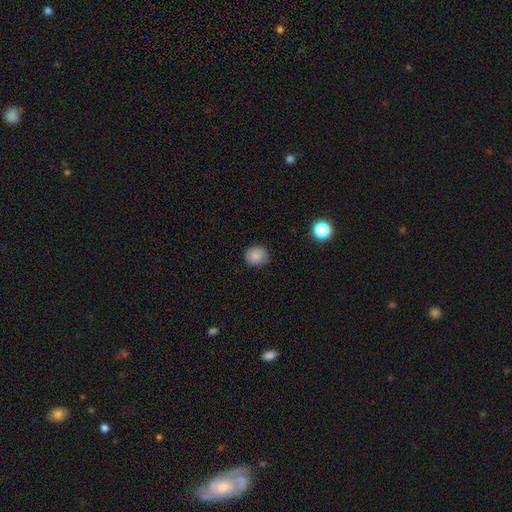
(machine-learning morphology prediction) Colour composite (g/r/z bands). It shows a smooth galaxy with no disk features (84%) that is round (76%). Merging: none (81%).